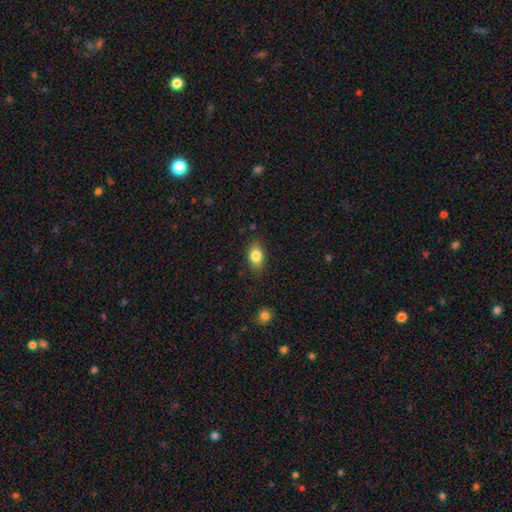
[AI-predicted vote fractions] This is clearly a smooth galaxy (81%). How rounded: clearly in between (84%). Merging: clearly none (83%).